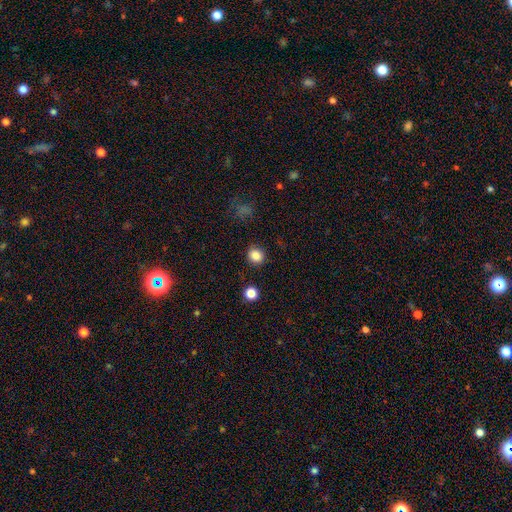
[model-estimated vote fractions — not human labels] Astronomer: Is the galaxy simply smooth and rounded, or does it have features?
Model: smooth — 85%.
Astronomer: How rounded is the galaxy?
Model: round — 83%.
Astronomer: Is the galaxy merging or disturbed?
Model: none — 88%.